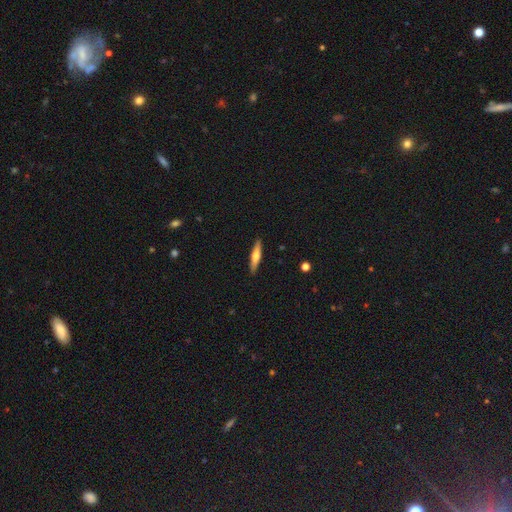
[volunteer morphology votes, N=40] Smooth or featured: featured or disk — 50% (smooth — 48%)
Edge-on disk: yes — 95% (no — 5%)
Edge-on bulge: rounded — 84% (none — 16%)
Merging: none — 72% (minor disturbance — 21%)